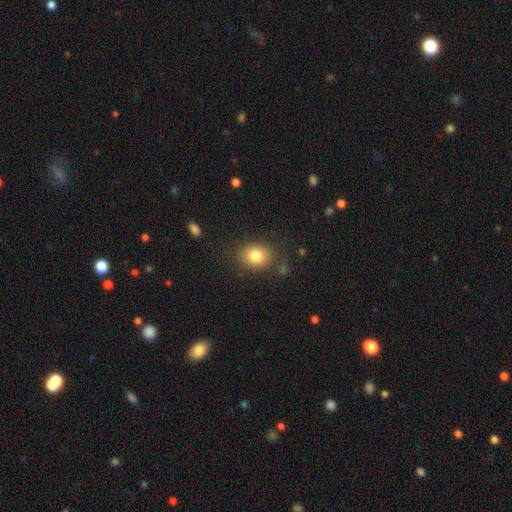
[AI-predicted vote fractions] This appears to be a smooth galaxy with no disk features (82%) that is round (53%). Merging: none (81%).